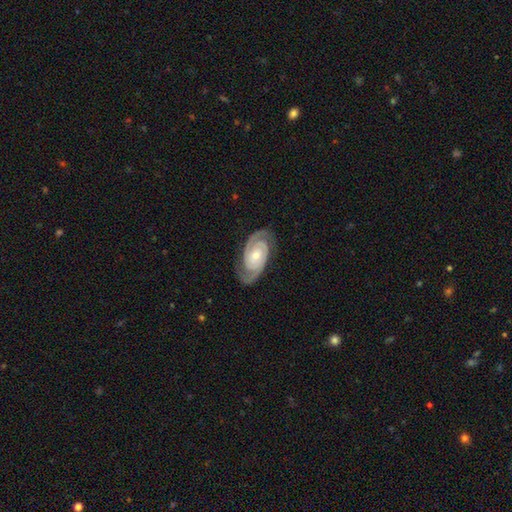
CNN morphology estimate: featured or disk 91%, smooth 4%, star or artifact 4%. Down the decision tree: edge-on disk — no (97%); bar — no (65%); spiral arms — yes (98%); spiral arm count — 2 (92%); spiral winding — tight (68%); bulge size — moderate (50%); merging — none (84%).